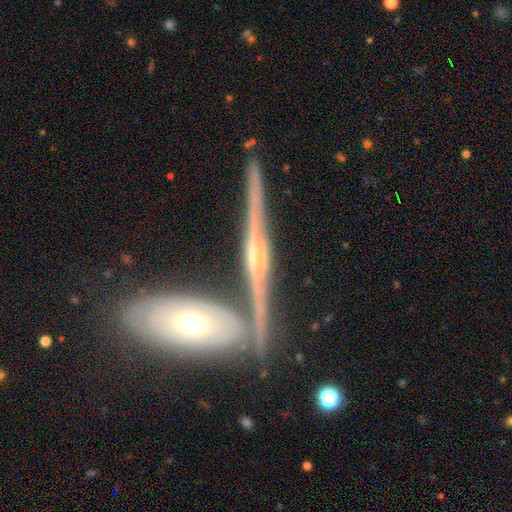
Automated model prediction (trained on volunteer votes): Smooth or featured? Predicted: featured or disk (p=0.83). Edge-on disk? Predicted: yes (p=0.95). Edge-on bulge? Predicted: rounded (p=0.83). Merging? Predicted: none (p=0.73).